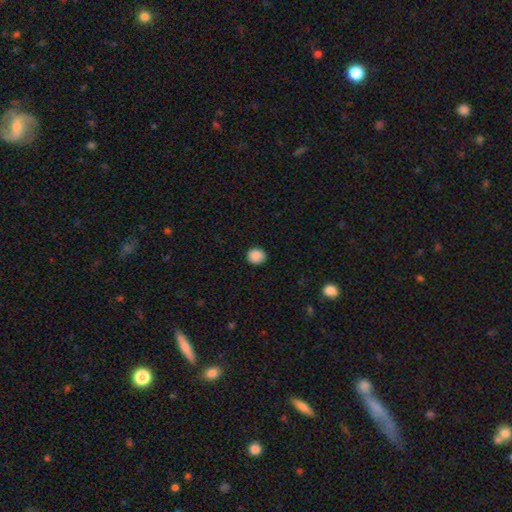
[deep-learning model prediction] Smooth or featured? Predicted: smooth (p=0.89). How rounded? Predicted: round (p=0.76). Merging? Predicted: none (p=0.88).